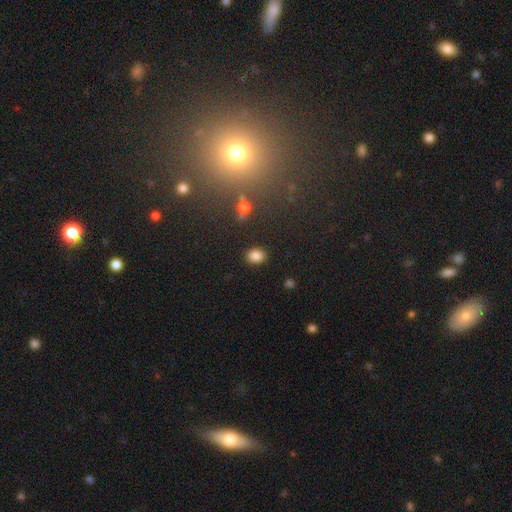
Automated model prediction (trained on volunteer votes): A smooth galaxy with no disk features (84%) that is in between round and cigar-shaped (59%). Merging: none (88%).